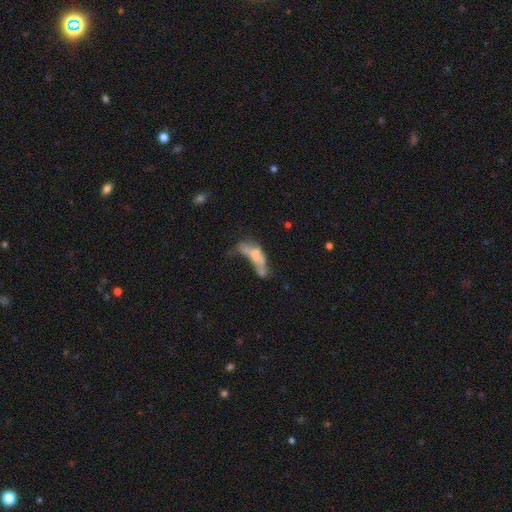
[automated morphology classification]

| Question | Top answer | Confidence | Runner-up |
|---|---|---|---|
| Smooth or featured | smooth | 46% | featured or disk (41%) |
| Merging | major disturbance | 36% | merger (34%) |